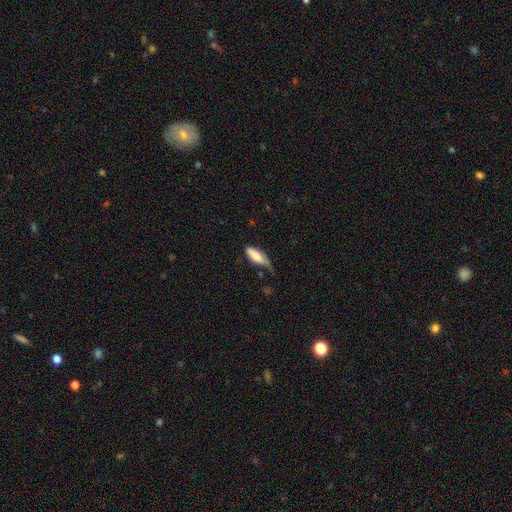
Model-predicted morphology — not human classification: Smooth or featured: smooth — 74% (featured or disk — 20%)
How rounded: in between — 65% (cigar-shaped — 33%)
Merging: minor disturbance — 41% (none — 35%)